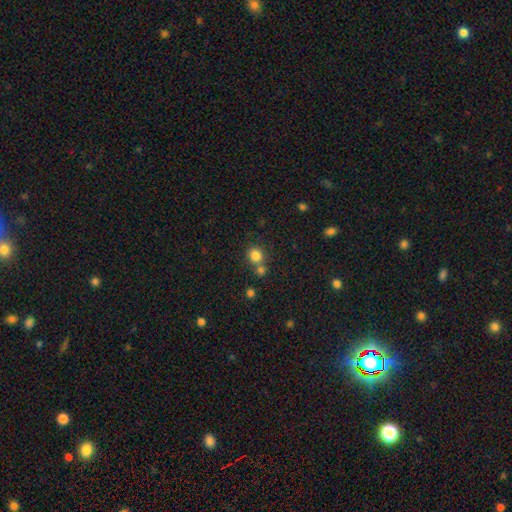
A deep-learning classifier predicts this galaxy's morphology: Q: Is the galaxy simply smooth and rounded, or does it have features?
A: smooth — 82%.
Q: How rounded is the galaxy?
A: round — 87%.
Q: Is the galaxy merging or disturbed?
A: none — 60%.